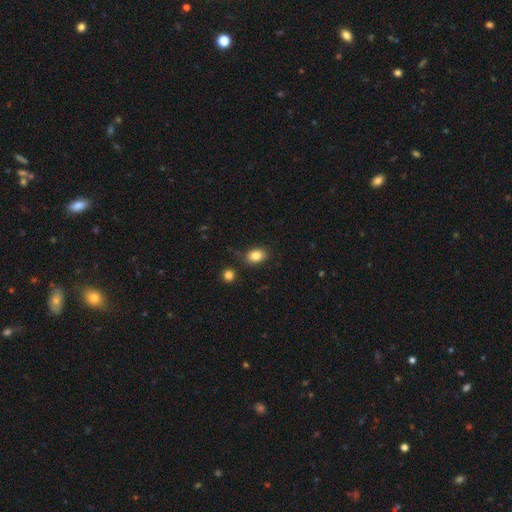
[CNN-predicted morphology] Q: Smooth or featured?
A: smooth (83%); runner-up: star or artifact (10%)
Q: How rounded?
A: in between (68%); runner-up: round (31%)
Q: Merging?
A: none (77%); runner-up: minor disturbance (15%)